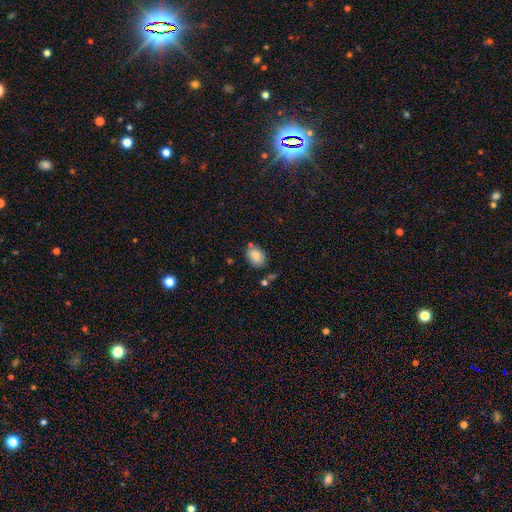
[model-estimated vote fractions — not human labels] Overall: smooth (85%). How rounded: in between (77%). Merging: none (67%).